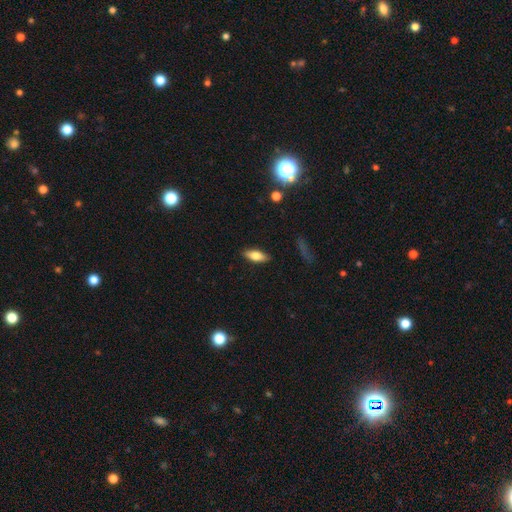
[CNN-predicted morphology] smooth_or_featured: smooth (p=0.72) [alt: featured or disk p=0.21]
how_rounded: in between (p=0.74) [alt: cigar-shaped p=0.24]
merging: none (p=0.88) [alt: minor disturbance p=0.09]